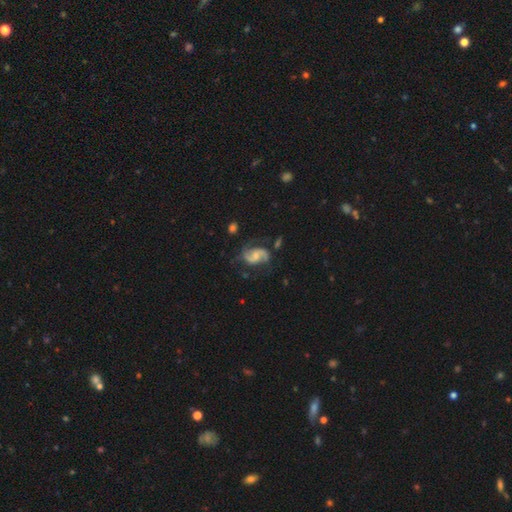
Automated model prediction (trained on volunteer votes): Overall: featured or disk (86%). Edge-on disk: no (98%). Bar: no (46%; weak 43%). Spiral arms: yes (97%). Spiral arm count: 2 (91%). Spiral winding: medium (52%; loose 32%). Bulge size: small (49%; moderate 35%). Merging: none (69%).